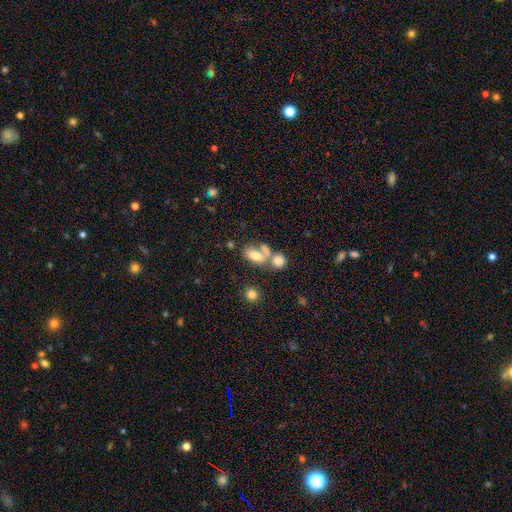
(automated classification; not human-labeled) This appears to be a smooth galaxy with no disk features (73%) that is in between round and cigar-shaped (84%). Merging: merger (46%).